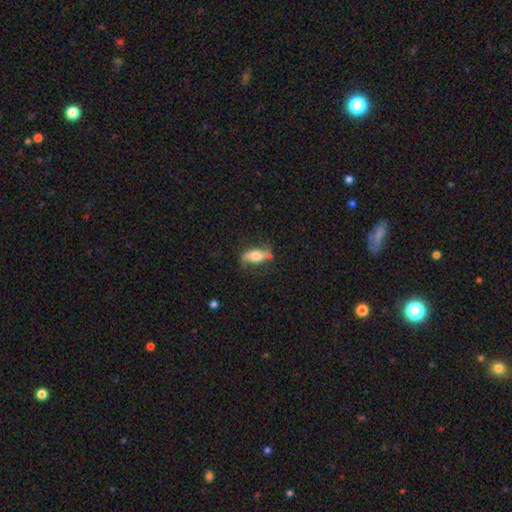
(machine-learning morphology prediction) A featured or disk galaxy (59%).

Vote fractions:
- Smooth or featured? featured or disk: 59% / smooth: 33% / star or artifact: 8%
- Edge-on disk? no: 75% / yes: 25%
- Merging? none: 66% / minor disturbance: 21% / major disturbance: 9% / merger: 4%